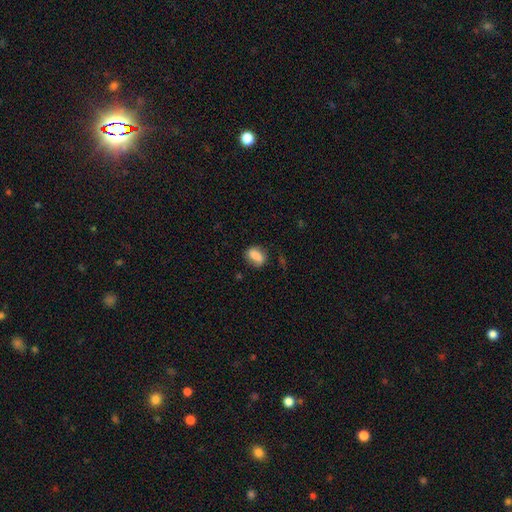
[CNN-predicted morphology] This appears to be a smooth galaxy with no disk features (81%) that is in between round and cigar-shaped (78%). Merging: none (69%).